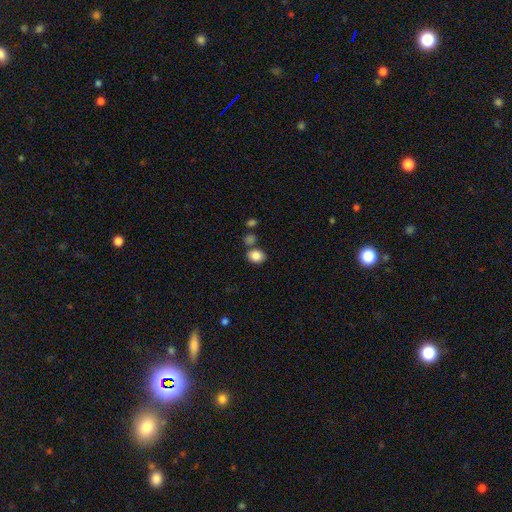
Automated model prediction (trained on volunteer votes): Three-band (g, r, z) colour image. It shows a smooth galaxy with no disk features (85%) that is round (50%). Merging: none (71%).